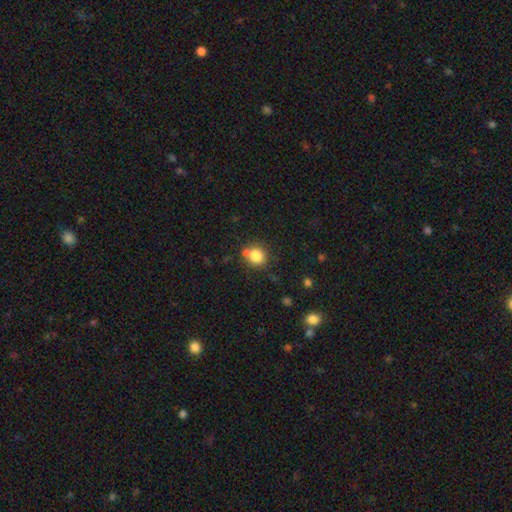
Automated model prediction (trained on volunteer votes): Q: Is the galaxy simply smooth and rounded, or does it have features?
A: smooth — 81%.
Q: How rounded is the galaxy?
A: round — 79%.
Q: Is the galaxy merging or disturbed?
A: none — 66%.